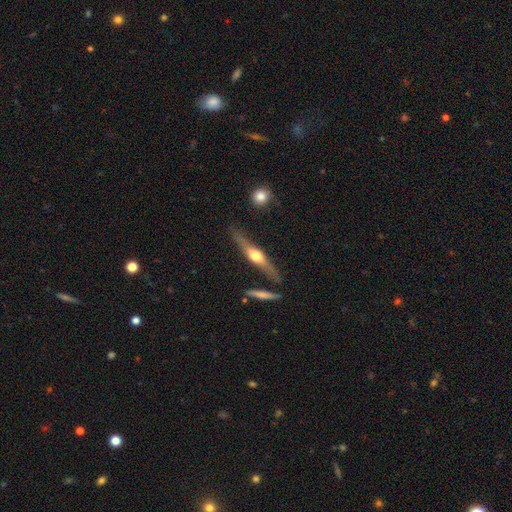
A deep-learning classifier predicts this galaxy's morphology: Smooth or featured? Predicted: featured or disk (p=0.72). Edge-on disk? Predicted: yes (p=0.95). Edge-on bulge? Predicted: rounded (p=0.92). Merging? Predicted: none (p=0.77).